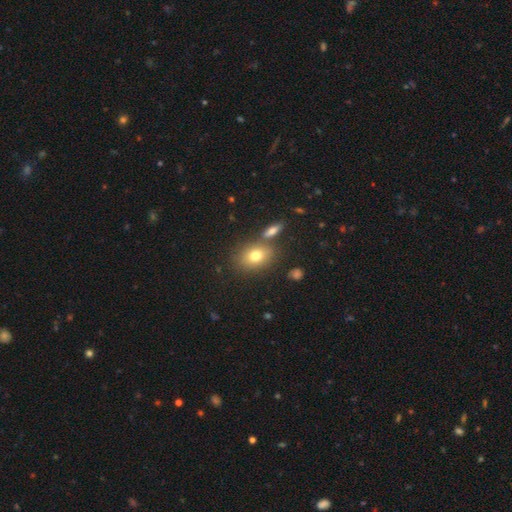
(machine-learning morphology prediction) A smooth galaxy with no disk features (75%) that is in between round and cigar-shaped (67%). Merging: none (70%).